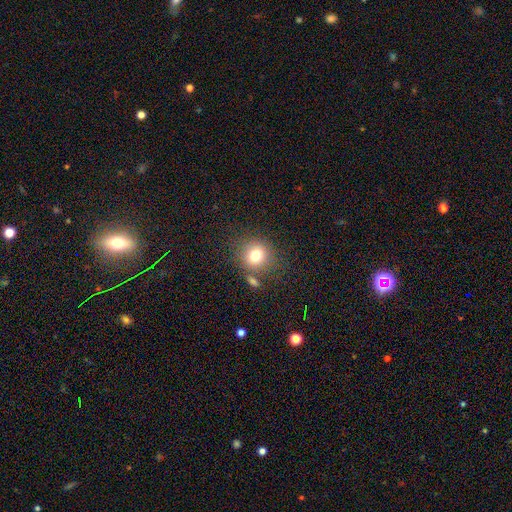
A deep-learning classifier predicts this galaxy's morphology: Smooth or featured? Predicted: smooth (p=0.77). How rounded? Predicted: round (p=0.84). Merging? Predicted: none (p=0.71).